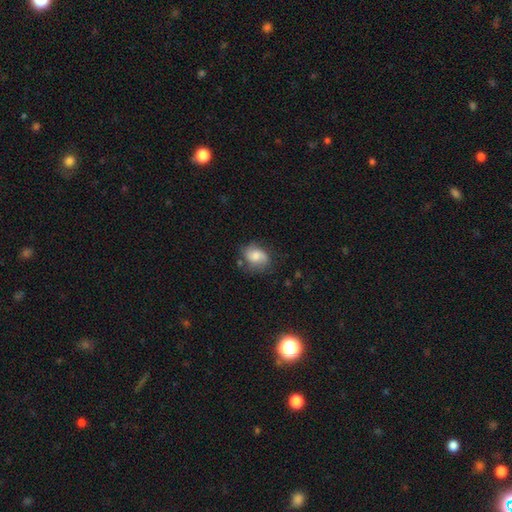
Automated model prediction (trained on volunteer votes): A smooth galaxy with no disk features (52%) that is in between round and cigar-shaped (53%).

Vote fractions:
- Smooth or featured? smooth: 52% / featured or disk: 39% / star or artifact: 9%
- How rounded? in between: 53% / round: 46% / cigar-shaped: 1%
- Merging? none: 61% / minor disturbance: 26% / major disturbance: 10% / merger: 3%